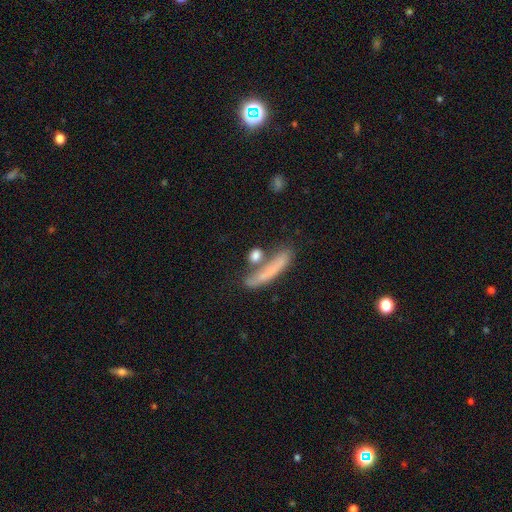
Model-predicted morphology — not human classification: type=smooth (73%); roundness=cigar-shaped (42%); merging=none (54%).